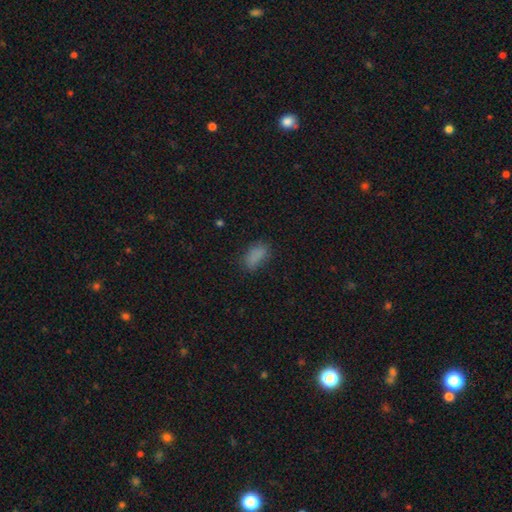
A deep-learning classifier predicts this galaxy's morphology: Smooth or featured? smooth (82%)
How rounded? in between (90%)
Merging? none (73%)